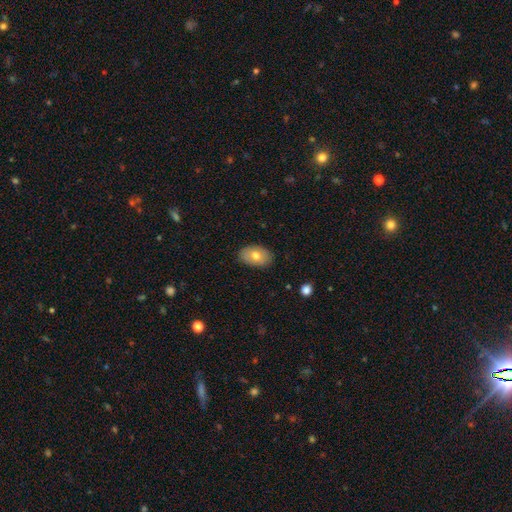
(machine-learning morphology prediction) Smooth or featured: smooth — 72% (featured or disk — 21%)
How rounded: in between — 89% (round — 10%)
Merging: none — 86% (minor disturbance — 11%)